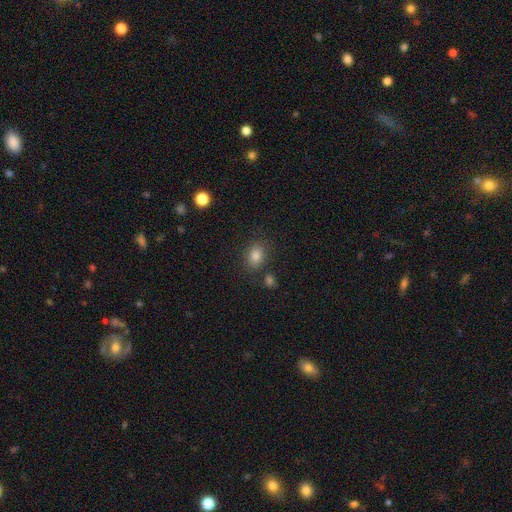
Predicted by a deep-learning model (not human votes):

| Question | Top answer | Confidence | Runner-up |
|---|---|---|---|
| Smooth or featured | smooth | 80% | star or artifact (13%) |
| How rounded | in between | 67% | round (32%) |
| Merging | none | 80% | minor disturbance (11%) |